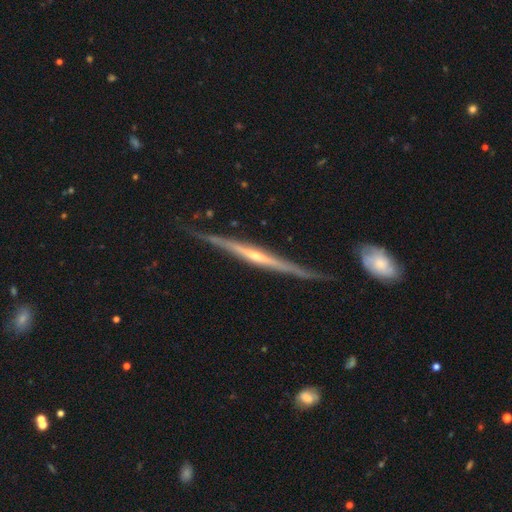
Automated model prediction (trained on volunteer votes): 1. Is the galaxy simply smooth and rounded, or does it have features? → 84% featured or disk, 11% smooth, 6% star or artifact.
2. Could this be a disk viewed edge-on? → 97% yes, 3% no.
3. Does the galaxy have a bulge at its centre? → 60% rounded, 33% none, 7% boxy.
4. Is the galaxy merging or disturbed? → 79% none, 15% minor disturbance, 3% major disturbance, 2% merger.